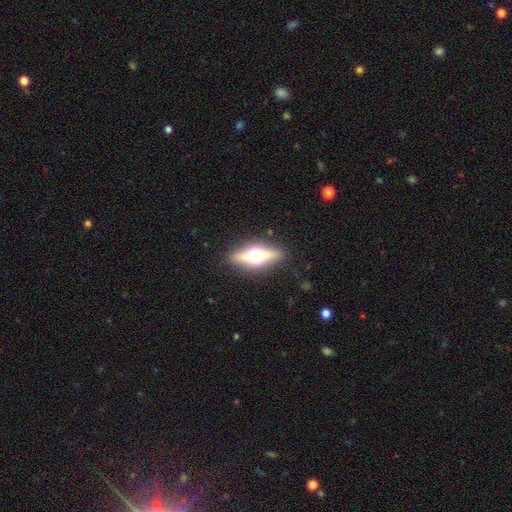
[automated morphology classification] Overall: featured or disk (54%; smooth 39%). Edge-on disk: yes (88%). Merging: none (87%).